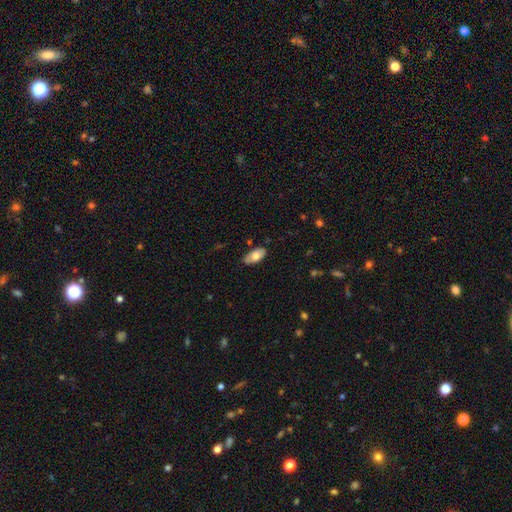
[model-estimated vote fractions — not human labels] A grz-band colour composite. It shows a smooth galaxy with no disk features (71%) that is in between round and cigar-shaped (94%). Merging: none (82%).